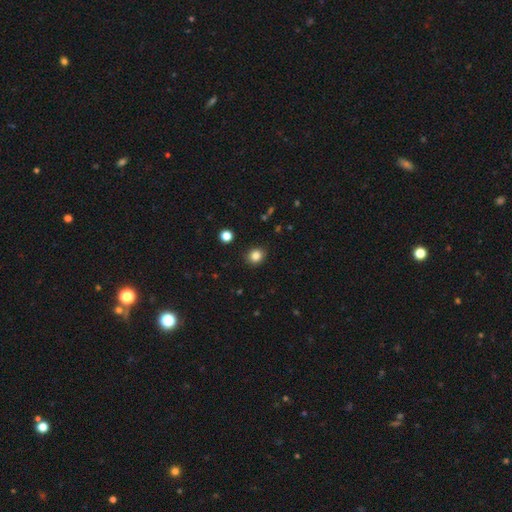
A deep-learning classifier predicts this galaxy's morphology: Smooth or featured? smooth (84%)
How rounded? round (77%)
Merging? none (90%)